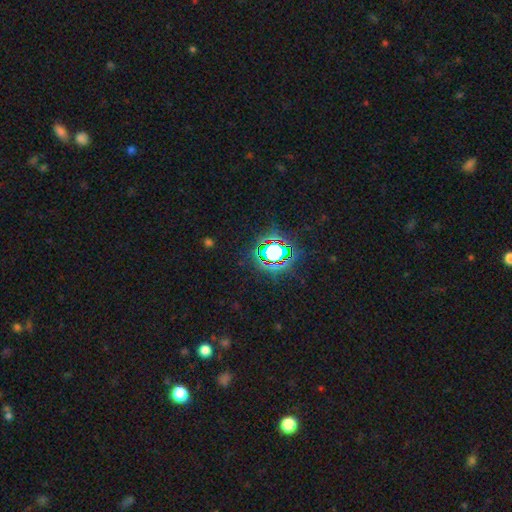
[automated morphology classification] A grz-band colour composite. It shows a star or artifact, not a galaxy (80%).